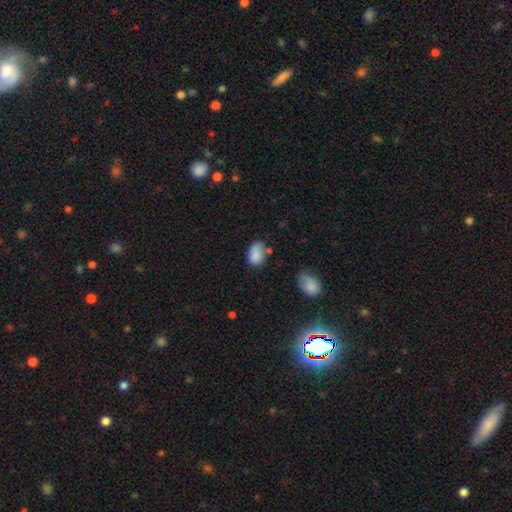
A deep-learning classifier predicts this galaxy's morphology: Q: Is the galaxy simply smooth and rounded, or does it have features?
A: smooth — 83%.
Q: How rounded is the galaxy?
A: in between — 86%.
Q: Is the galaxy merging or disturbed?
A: none — 50%.